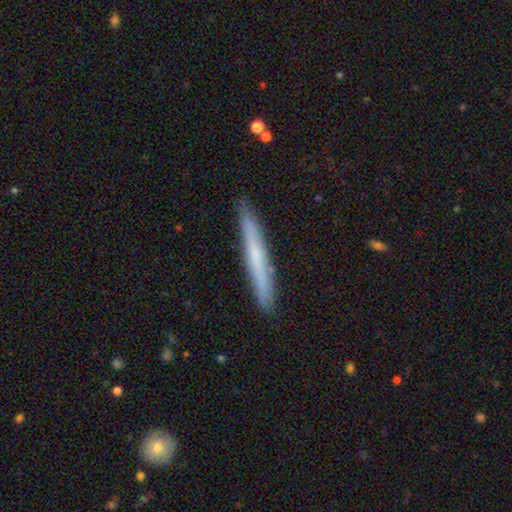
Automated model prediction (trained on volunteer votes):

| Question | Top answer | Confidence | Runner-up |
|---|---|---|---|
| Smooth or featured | smooth | 56% | featured or disk (38%) |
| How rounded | cigar-shaped | 97% | in between (2%) |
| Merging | none | 91% | minor disturbance (7%) |